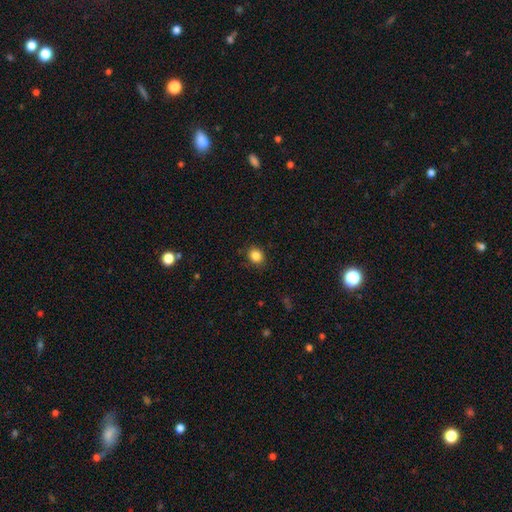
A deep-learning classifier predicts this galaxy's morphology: Smooth or featured?
  - smooth: 85% *
  - star or artifact: 10%
  - featured or disk: 4%
How rounded?
  - round: 68% *
  - in between: 31%
  - cigar-shaped: 1%
Merging?
  - none: 86% *
  - minor disturbance: 10%
  - major disturbance: 3%
  - merger: 1%